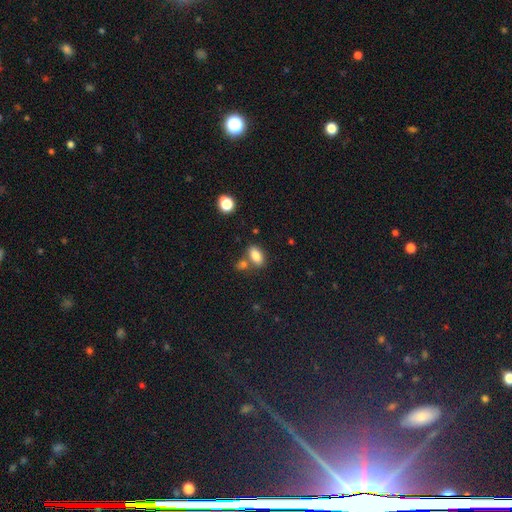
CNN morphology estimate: This is clearly a smooth galaxy (84%). How rounded: clearly in between (89%). Merging: likely none (65%).